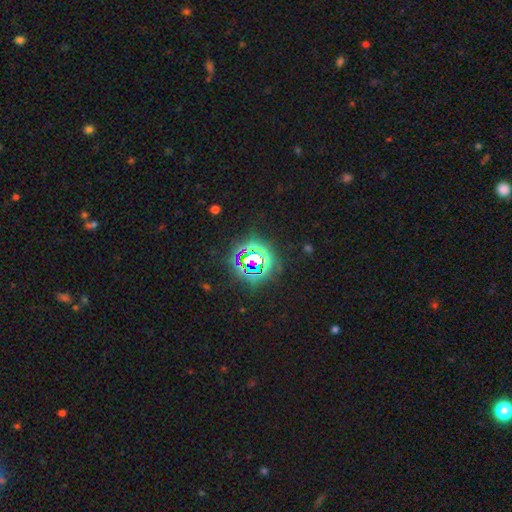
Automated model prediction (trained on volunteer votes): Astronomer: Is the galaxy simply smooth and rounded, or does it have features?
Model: star or artifact — 79%.